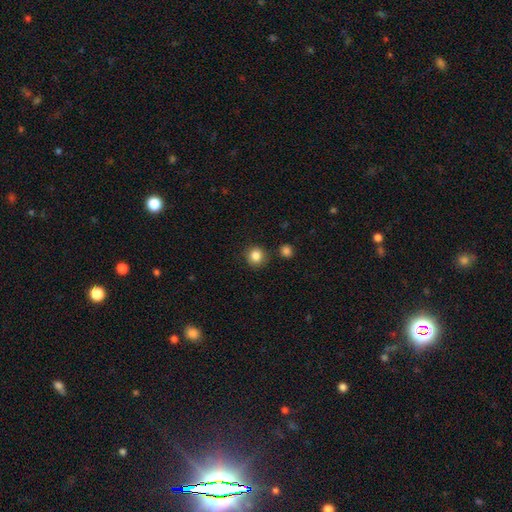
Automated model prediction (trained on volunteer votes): smooth_or_featured: smooth (p=0.86) [alt: star or artifact p=0.10]
how_rounded: round (p=0.90) [alt: in between p=0.09]
merging: none (p=0.85) [alt: minor disturbance p=0.08]